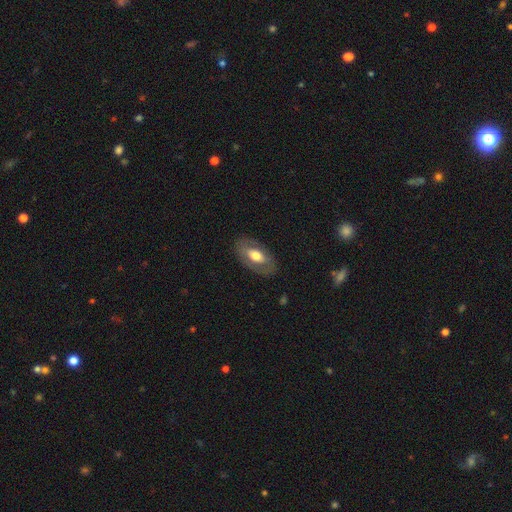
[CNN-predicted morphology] The model was most divided on "smooth or featured": smooth: 48%, featured or disk: 46%, star or artifact: 6%. More confident: merging — none (81%).